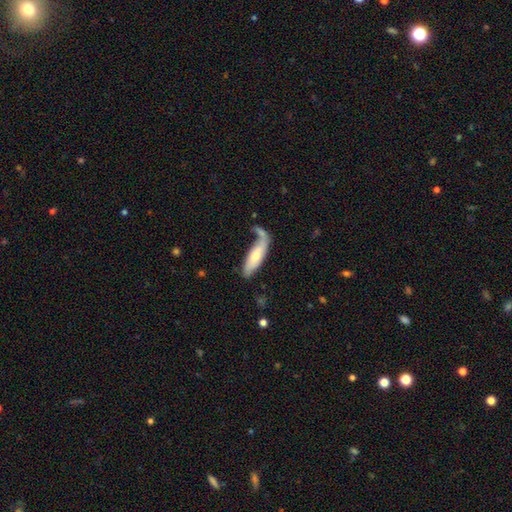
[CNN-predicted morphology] Smooth or featured? smooth (61%)
How rounded? in between (51%)
Merging? none (39%)